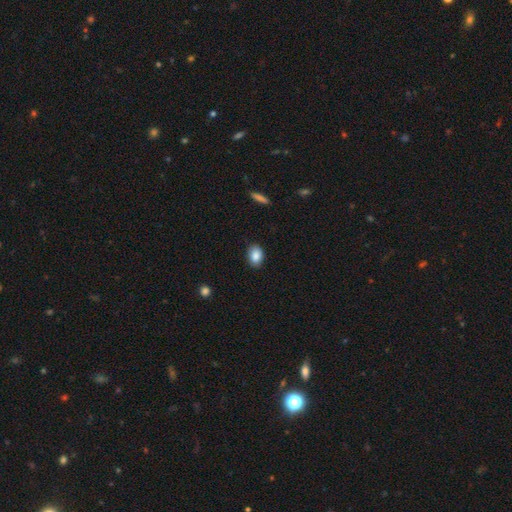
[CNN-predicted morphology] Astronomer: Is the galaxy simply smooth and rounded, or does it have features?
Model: smooth — 87%.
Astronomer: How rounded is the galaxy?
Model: in between — 78%.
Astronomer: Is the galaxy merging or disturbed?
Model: none — 85%.